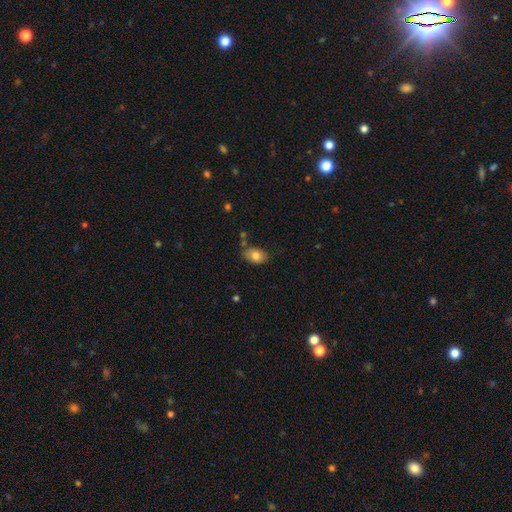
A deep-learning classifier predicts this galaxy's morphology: Overall: smooth (78%). How rounded: in between (87%). Merging: none (71%).